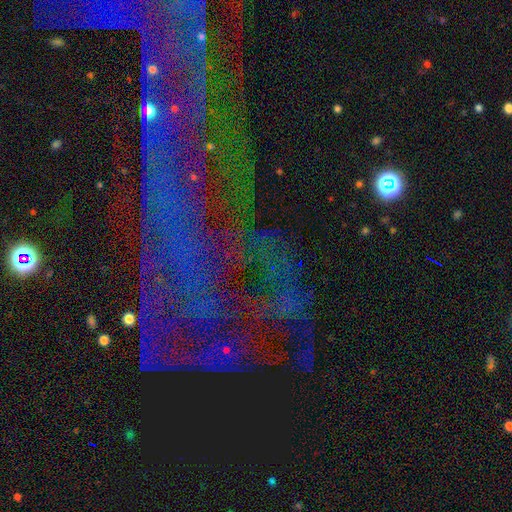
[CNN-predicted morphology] Q: Smooth or featured?
A: star or artifact (67%); runner-up: featured or disk (21%)